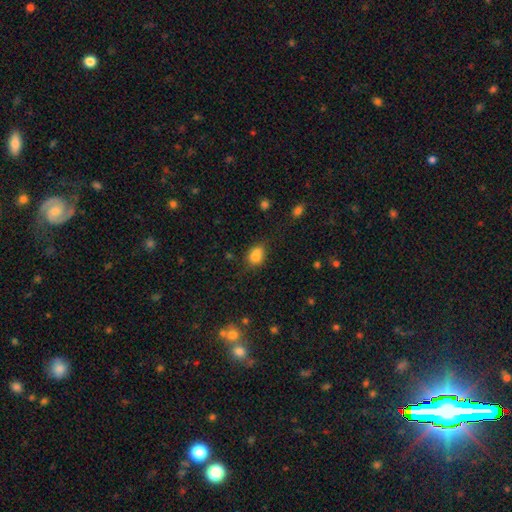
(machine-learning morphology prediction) Smooth or featured?
  - smooth: 82% *
  - star or artifact: 11%
  - featured or disk: 7%
How rounded?
  - in between: 69% *
  - round: 29%
  - cigar-shaped: 2%
Merging?
  - none: 59% *
  - minor disturbance: 26%
  - merger: 8%
  - major disturbance: 7%